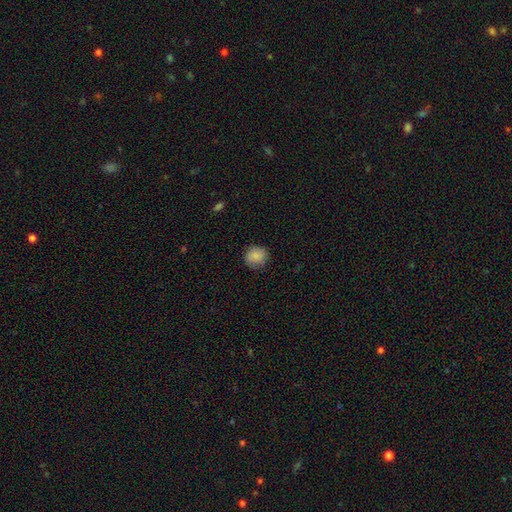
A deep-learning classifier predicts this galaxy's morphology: smooth 86%, star or artifact 8%, featured or disk 6%. Down the decision tree: how rounded — round (87%); merging — none (83%).